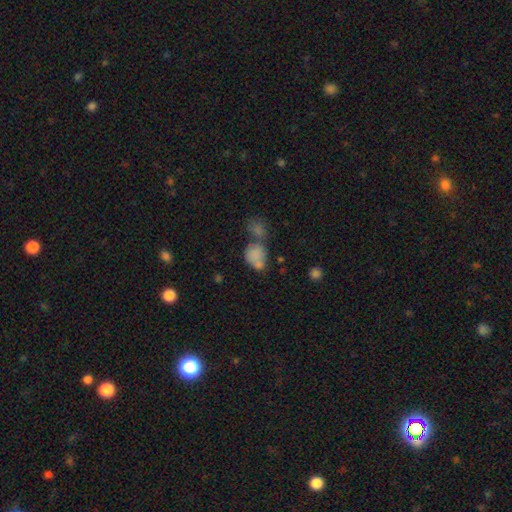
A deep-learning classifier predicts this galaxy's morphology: A smooth galaxy with no disk features (77%) that is in between round and cigar-shaped (59%).

Vote fractions:
- Smooth or featured? smooth: 77% / featured or disk: 12% / star or artifact: 10%
- How rounded? in between: 59% / round: 39% / cigar-shaped: 2%
- Merging? merger: 51% / none: 28% / minor disturbance: 13% / major disturbance: 9%